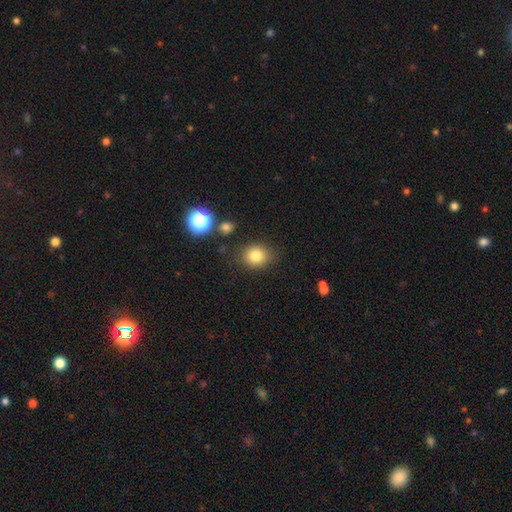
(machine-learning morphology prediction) This is clearly a smooth galaxy (82%). How rounded: likely round (68%). Merging: clearly none (80%).